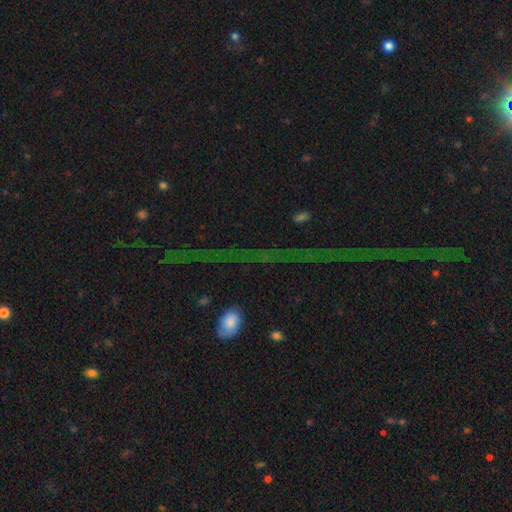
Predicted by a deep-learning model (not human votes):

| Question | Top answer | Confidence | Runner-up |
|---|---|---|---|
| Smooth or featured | star or artifact | 76% | featured or disk (12%) |